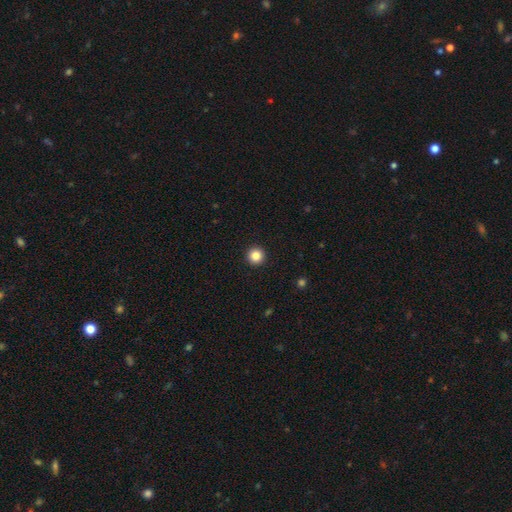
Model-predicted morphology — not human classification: Smooth or featured: smooth — 85% (star or artifact — 11%)
How rounded: round — 96% (in between — 3%)
Merging: none — 94% (minor disturbance — 4%)